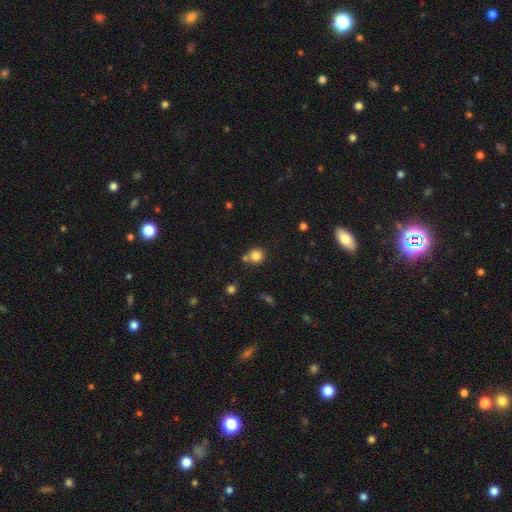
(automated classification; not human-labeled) Morphology: type=smooth (82%); roundness=round (89%); merging=none (64%).